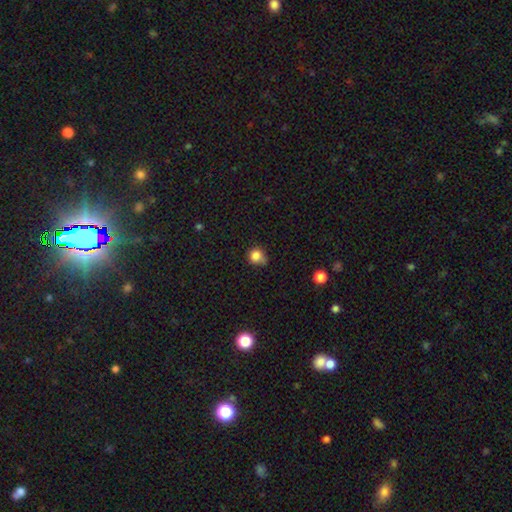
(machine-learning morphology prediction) type=smooth (82%); roundness=round (83%); merging=none (52%).